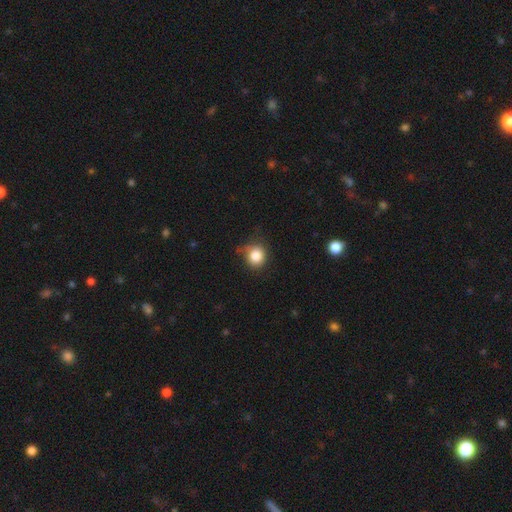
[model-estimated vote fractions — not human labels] The model was most divided on "merging": none: 63%, minor disturbance: 27%, major disturbance: 8%, merger: 2%. More confident: how rounded — round (84%); smooth or featured — smooth (83%).